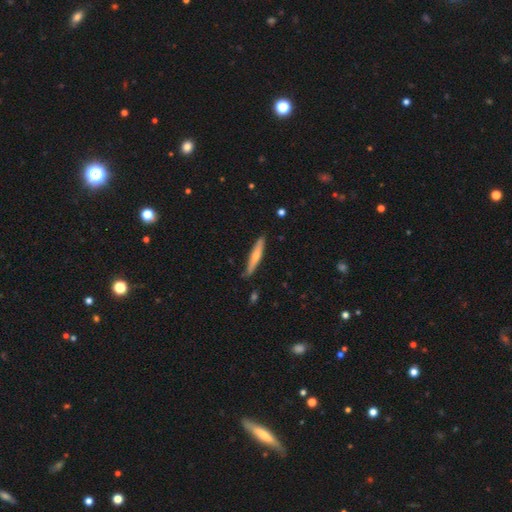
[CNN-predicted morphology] Smooth or featured: smooth — 54% (featured or disk — 40%)
How rounded: cigar-shaped — 91% (in between — 8%)
Merging: none — 85% (minor disturbance — 12%)